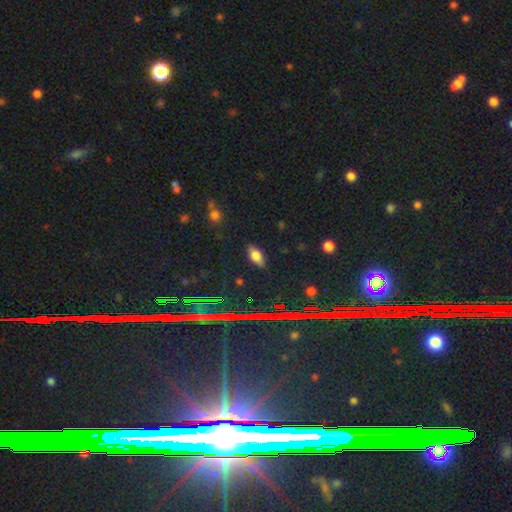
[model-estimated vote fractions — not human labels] Smooth or featured? smooth (73%)
How rounded? in between (87%)
Merging? none (84%)